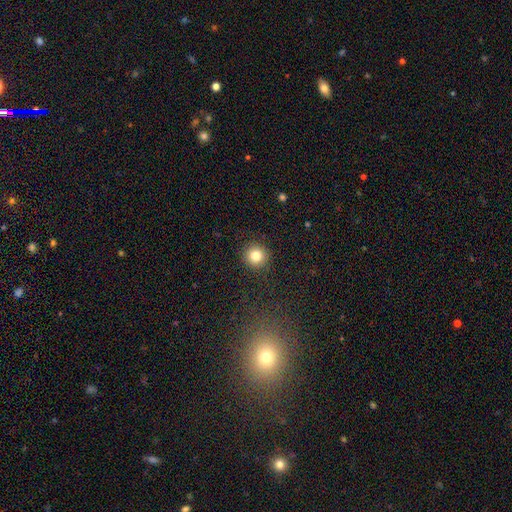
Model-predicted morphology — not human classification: Overall: smooth (82%). How rounded: round (95%). Merging: none (92%).